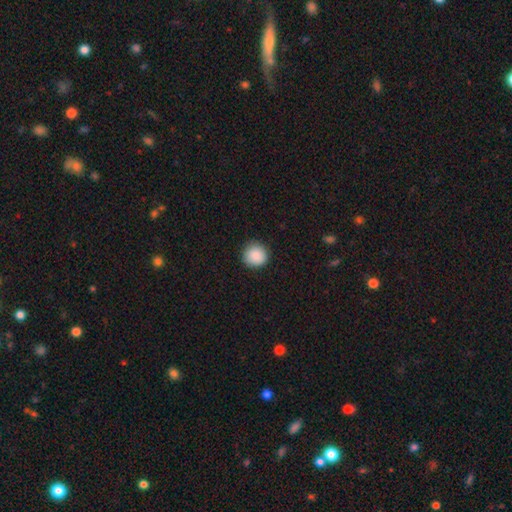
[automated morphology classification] Overall: smooth (89%). How rounded: round (94%). Merging: none (90%).